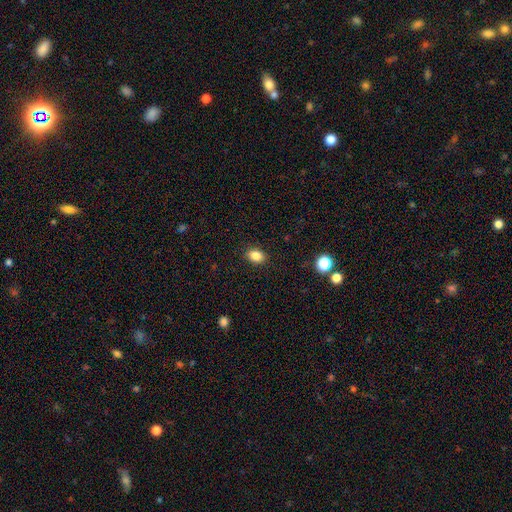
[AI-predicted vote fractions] Smooth or featured? smooth (85%)
How rounded? in between (71%)
Merging? none (89%)